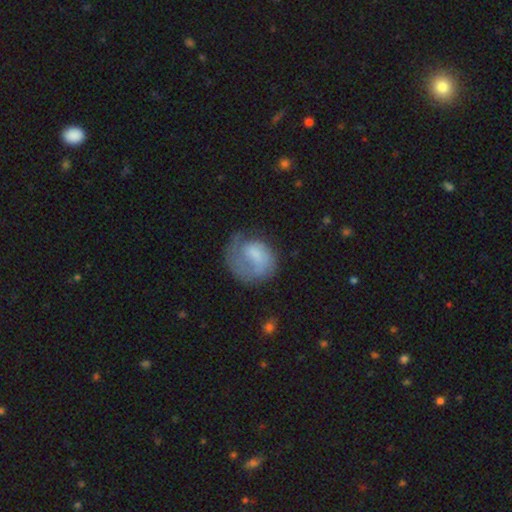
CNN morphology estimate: Overall: featured or disk (48%; smooth 44%). Merging: none (43%; major disturbance 33%).